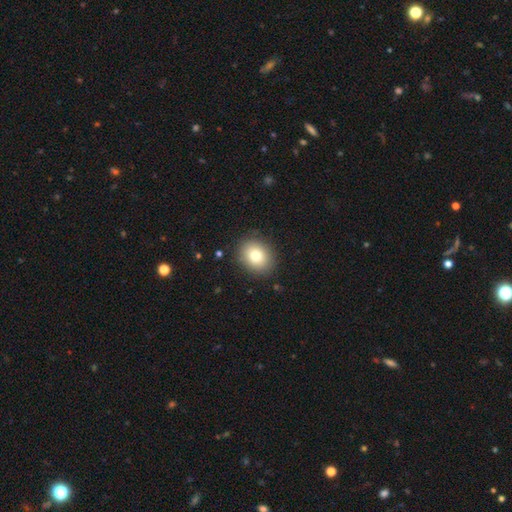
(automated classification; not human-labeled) The model was most divided on "how rounded": round: 56%, in between: 43%, cigar-shaped: 1%. More confident: merging — none (87%); smooth or featured — smooth (79%).